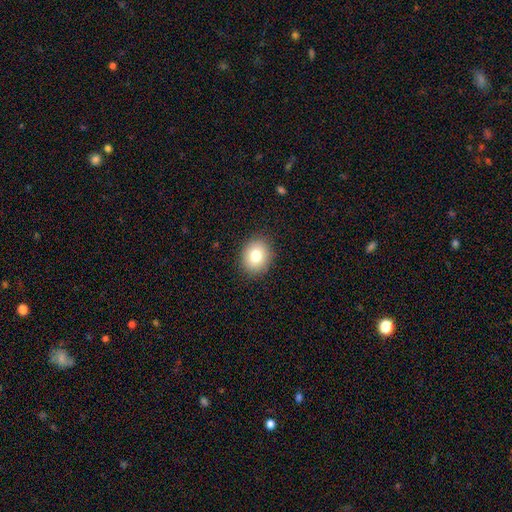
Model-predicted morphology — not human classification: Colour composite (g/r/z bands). It shows a smooth galaxy with no disk features (79%) that is round (63%). Merging: none (89%).